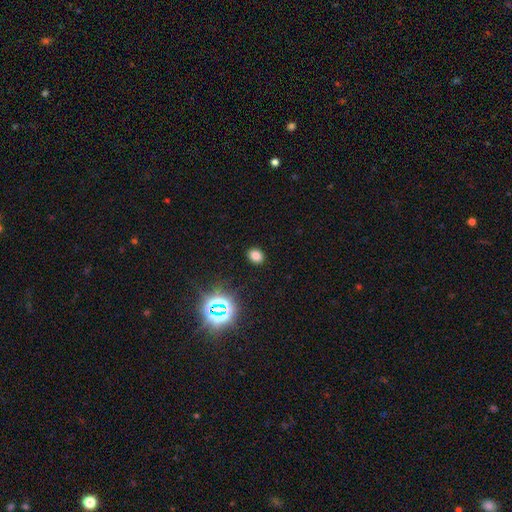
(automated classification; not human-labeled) This appears to be a smooth galaxy with no disk features (75%) that is in between round and cigar-shaped (56%). Merging: none (89%).